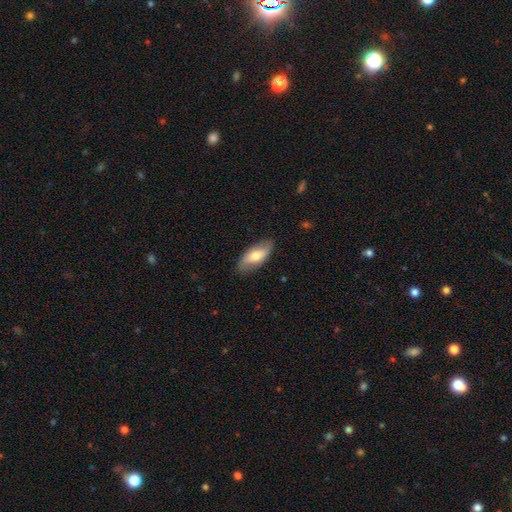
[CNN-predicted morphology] Smooth or featured? Predicted: smooth (p=0.67). How rounded? Predicted: in between (p=0.86). Merging? Predicted: none (p=0.82).